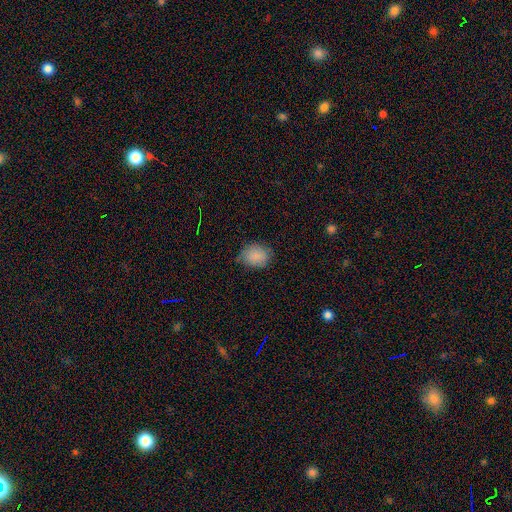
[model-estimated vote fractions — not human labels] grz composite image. It shows a smooth galaxy with no disk features (83%) that is in between round and cigar-shaped (60%). Merging: none (59%).